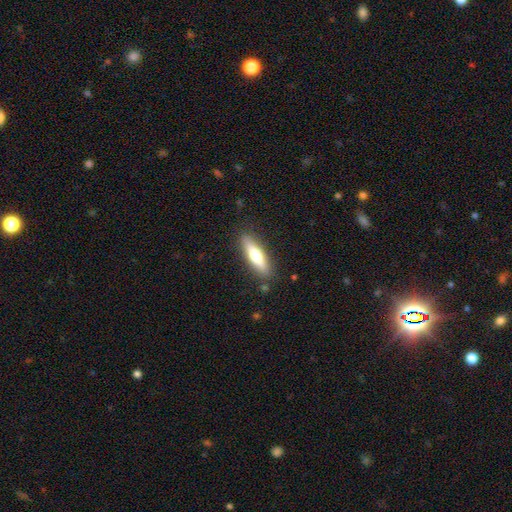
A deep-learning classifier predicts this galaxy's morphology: This appears to be a smooth galaxy with no disk features (59%) that is cigar-shaped (66%). Merging: none (86%).